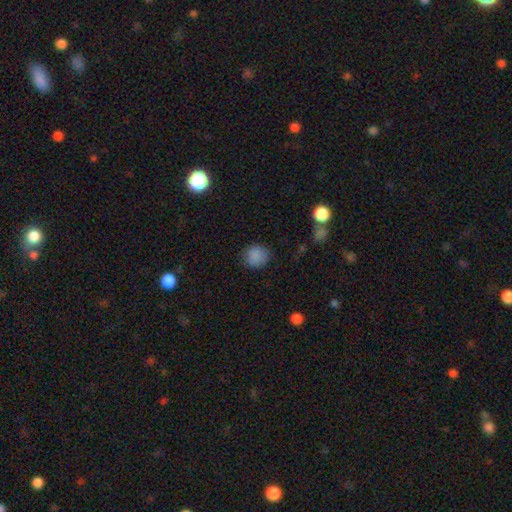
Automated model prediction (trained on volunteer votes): smooth_or_featured: smooth (p=0.85) [alt: star or artifact p=0.11]
how_rounded: round (p=0.87) [alt: in between p=0.12]
merging: none (p=0.83) [alt: minor disturbance p=0.12]